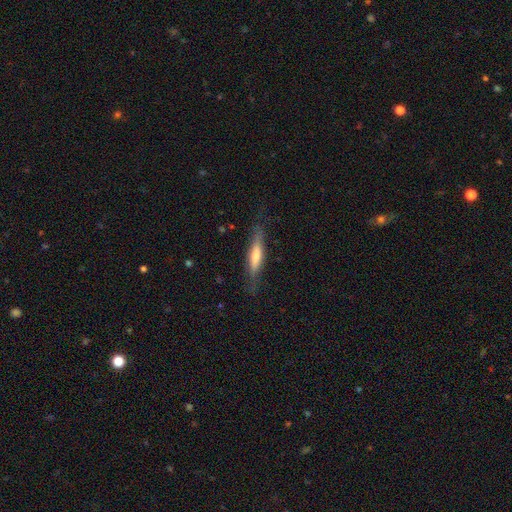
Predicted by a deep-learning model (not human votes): Smooth or featured: featured or disk — 47% (smooth — 46%)
Merging: none — 80% (minor disturbance — 15%)